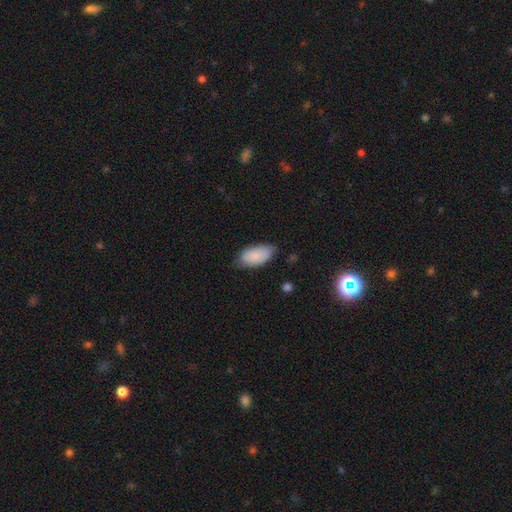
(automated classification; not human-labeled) smooth-or-featured: smooth: 85% | featured or disk: 9% | star or artifact: 6%
  how-rounded: in between: 94% | cigar-shaped: 3% | round: 3%
  merging: none: 70% | minor disturbance: 25% | major disturbance: 4% | merger: 1%